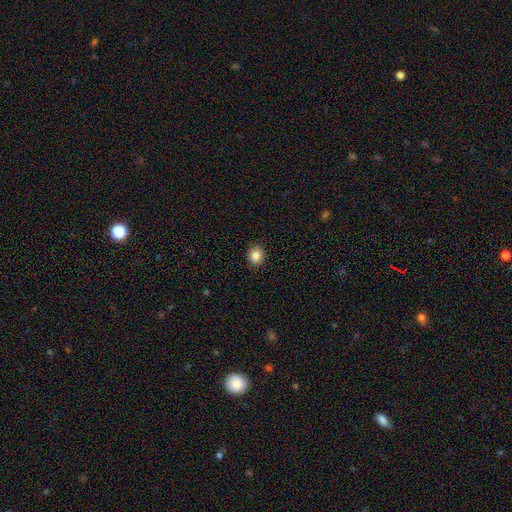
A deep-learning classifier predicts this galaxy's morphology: This appears to be a smooth galaxy with no disk features (86%) that is round (80%). Merging: none (91%).